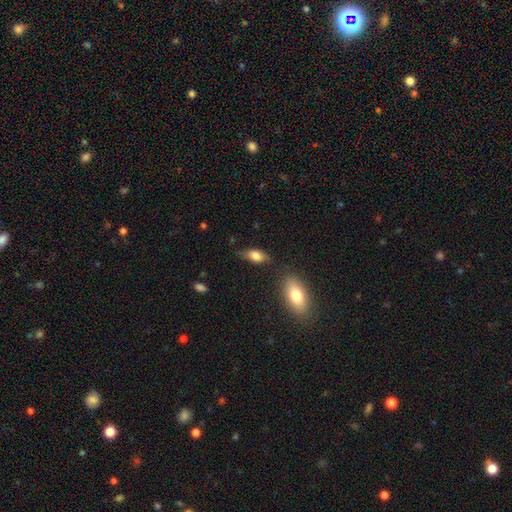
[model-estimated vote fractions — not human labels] Smooth or featured: smooth — 76% (featured or disk — 17%)
How rounded: in between — 85% (cigar-shaped — 9%)
Merging: none — 64% (minor disturbance — 25%)